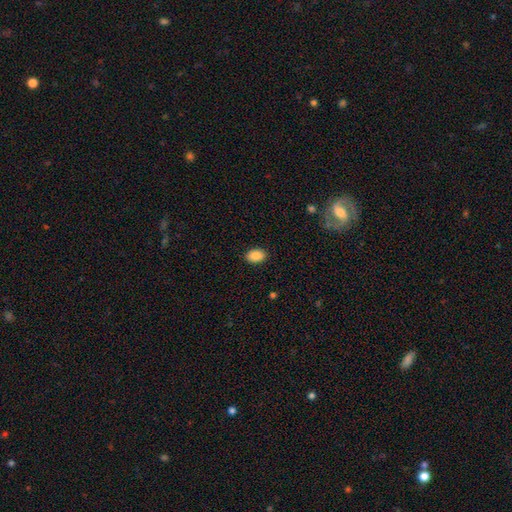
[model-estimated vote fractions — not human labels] Overall: smooth (88%). How rounded: in between (86%). Merging: none (90%).